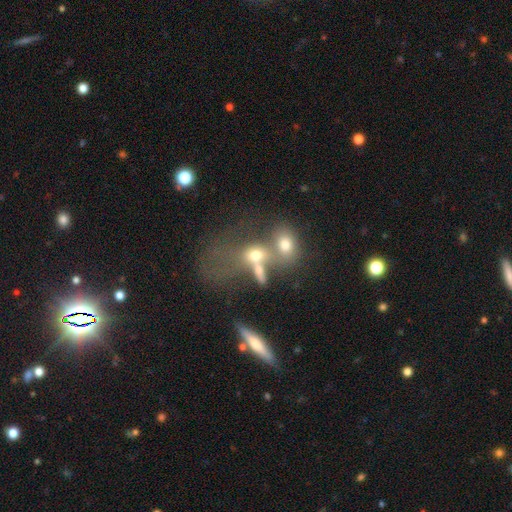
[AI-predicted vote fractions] smooth 60%, featured or disk 25%, star or artifact 15%. Down the decision tree: how rounded — in between (61%); merging — merger (60%).